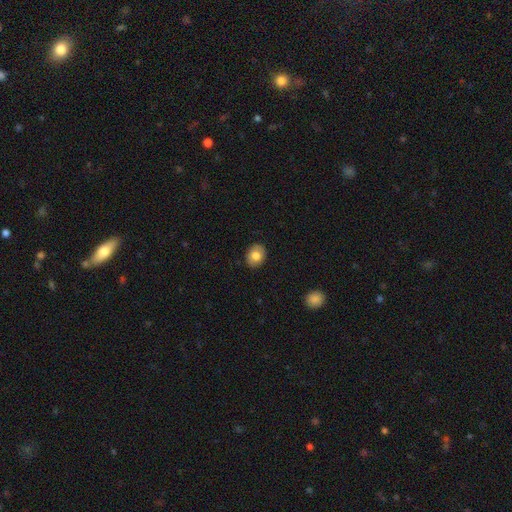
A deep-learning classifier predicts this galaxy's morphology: Smooth or featured?
  - smooth: 77% *
  - featured or disk: 15%
  - star or artifact: 8%
How rounded?
  - in between: 56% *
  - round: 44%
  - cigar-shaped: 1%
Merging?
  - none: 89% *
  - minor disturbance: 8%
  - major disturbance: 2%
  - merger: 1%